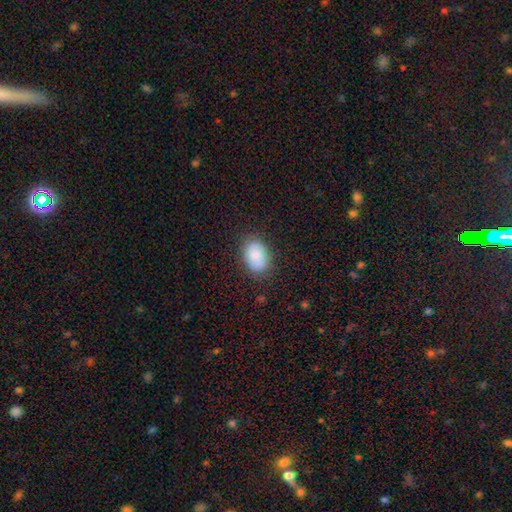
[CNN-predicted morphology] type=smooth (85%); roundness=in between (85%); merging=none (82%).